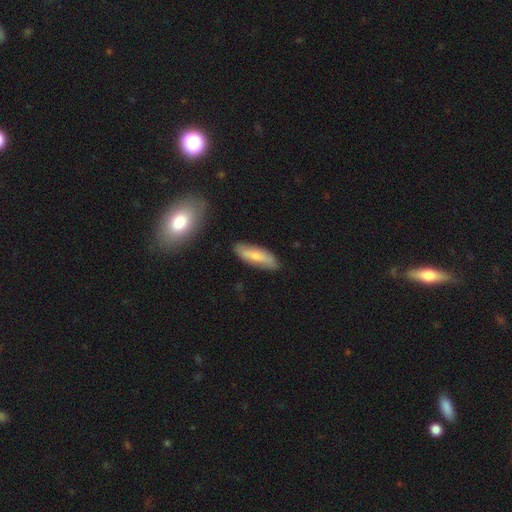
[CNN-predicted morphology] The model was most divided on "how rounded": in between: 53%, cigar-shaped: 45%, round: 2%. More confident: merging — none (80%); smooth or featured — smooth (67%).